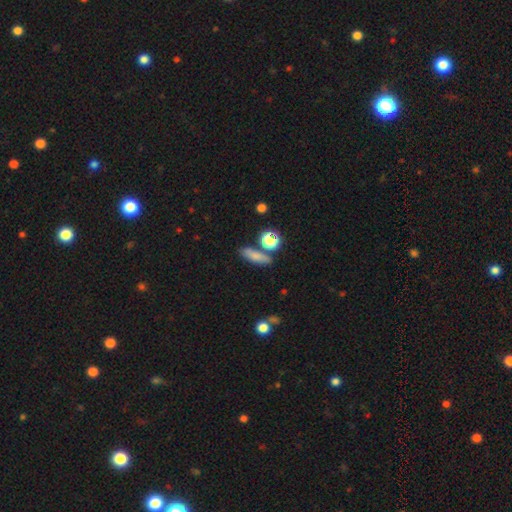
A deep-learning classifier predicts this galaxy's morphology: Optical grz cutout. It shows a smooth galaxy with no disk features (75%) that is cigar-shaped (53%). Merging: none (73%).